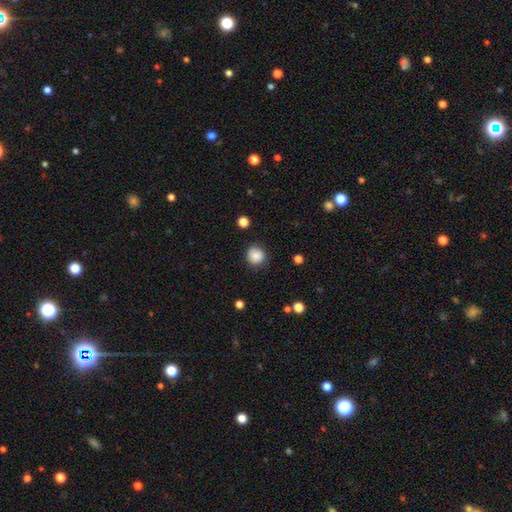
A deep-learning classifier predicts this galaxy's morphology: Smooth or featured? Predicted: smooth (p=0.86). How rounded? Predicted: round (p=0.89). Merging? Predicted: none (p=0.78).